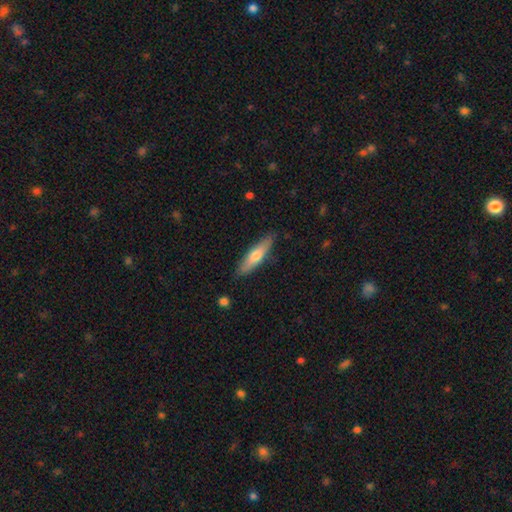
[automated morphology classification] Q: Smooth or featured?
A: smooth (62%); runner-up: featured or disk (33%)
Q: How rounded?
A: cigar-shaped (72%); runner-up: in between (26%)
Q: Merging?
A: none (86%); runner-up: minor disturbance (11%)